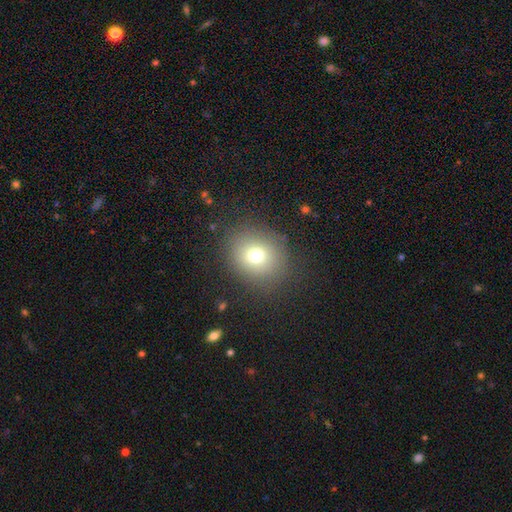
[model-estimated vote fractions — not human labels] smooth-or-featured: smooth: 73% | star or artifact: 15% | featured or disk: 11%
  how-rounded: round: 79% | in between: 21% | cigar-shaped: 1%
  merging: none: 85% | minor disturbance: 9% | major disturbance: 5% | merger: 1%